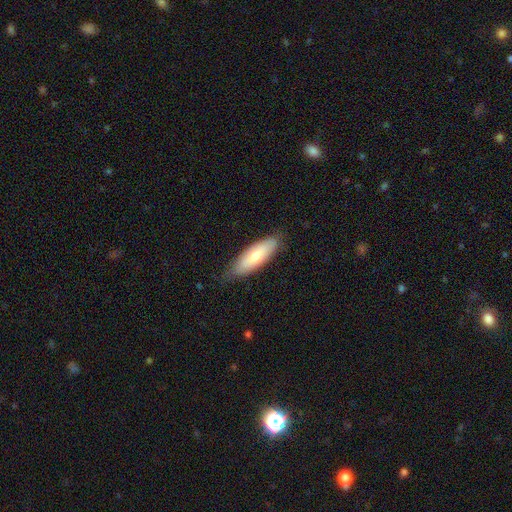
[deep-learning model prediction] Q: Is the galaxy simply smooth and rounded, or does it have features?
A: smooth — 66%.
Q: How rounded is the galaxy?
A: in between — 55%.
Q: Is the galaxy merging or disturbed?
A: none — 79%.